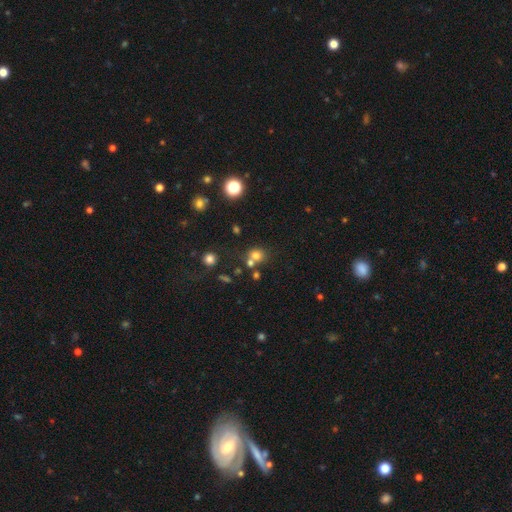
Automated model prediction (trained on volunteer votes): A smooth galaxy with no disk features (71%) that is round (78%). Merging: none (53%).